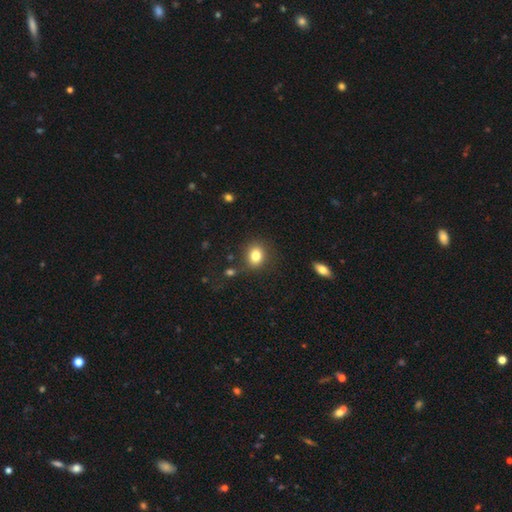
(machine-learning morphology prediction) This is clearly a smooth galaxy (82%). How rounded: possibly round (56%). Merging: clearly none (82%).